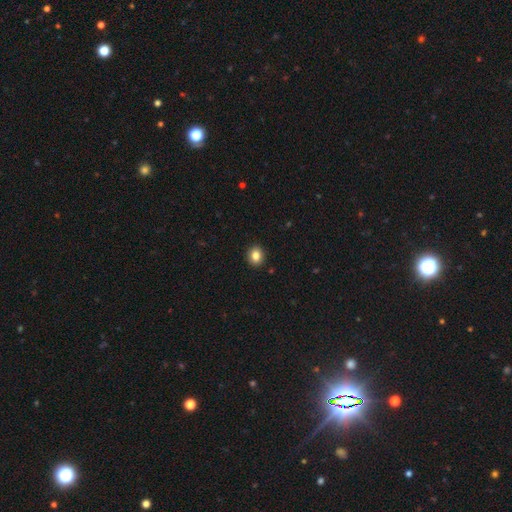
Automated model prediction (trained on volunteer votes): smooth-or-featured: smooth: 84% | star or artifact: 10% | featured or disk: 6%
  how-rounded: round: 69% | in between: 30% | cigar-shaped: 1%
  merging: none: 92% | minor disturbance: 6% | major disturbance: 2% | merger: 1%